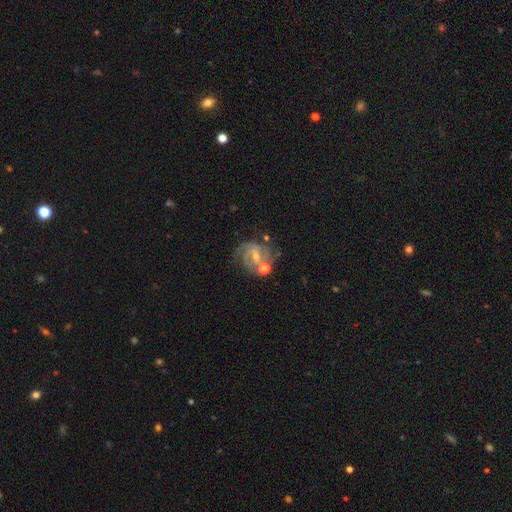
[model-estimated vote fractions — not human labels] Smooth or featured? Predicted: featured or disk (p=0.77). Edge-on disk? Predicted: no (p=0.97). Bar? Predicted: weak (p=0.50). Spiral arms? Predicted: yes (p=0.92). Spiral winding? Predicted: medium (p=0.44). Spiral arm count? Predicted: 2 (p=0.43). Bulge size? Predicted: small (p=0.58). Merging? Predicted: none (p=0.62).